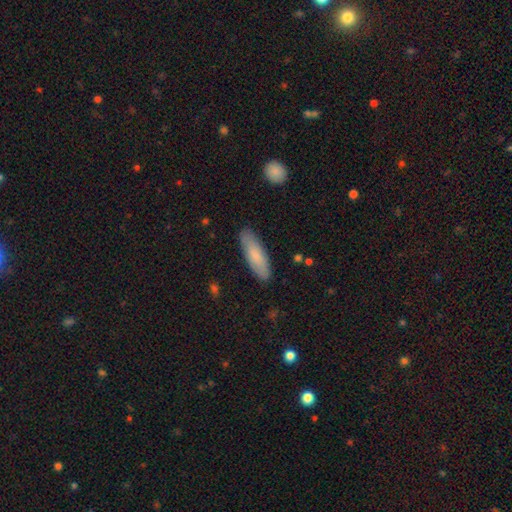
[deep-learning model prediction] Overall: smooth (79%). How rounded: cigar-shaped (54%; in between 45%). Merging: none (87%).